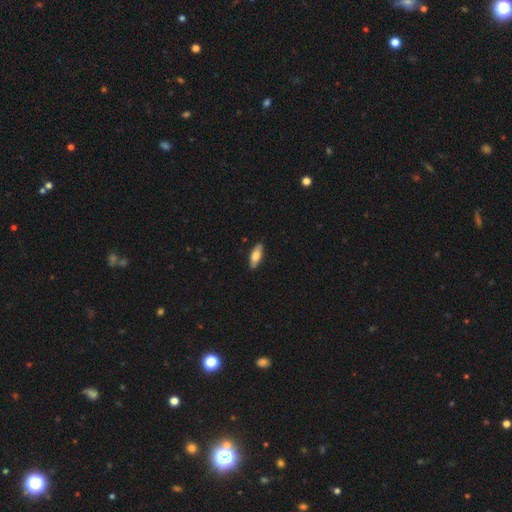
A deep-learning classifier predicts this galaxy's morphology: smooth-or-featured: smooth: 72% | featured or disk: 22% | star or artifact: 6%
  how-rounded: in between: 67% | cigar-shaped: 31% | round: 2%
  merging: none: 88% | minor disturbance: 10% | major disturbance: 2% | merger: 1%